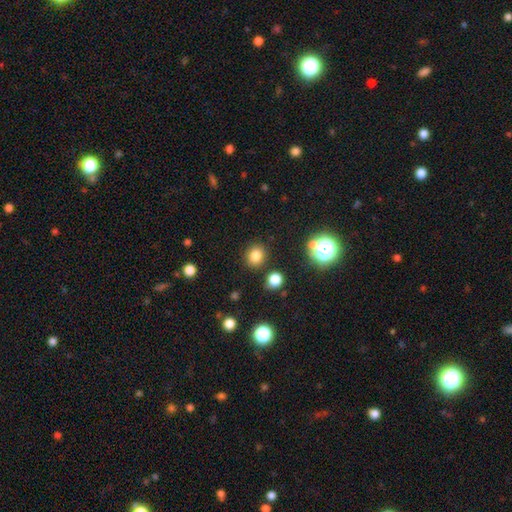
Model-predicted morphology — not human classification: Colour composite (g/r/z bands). It shows a smooth galaxy with no disk features (79%) that is round (81%). Merging: none (86%).